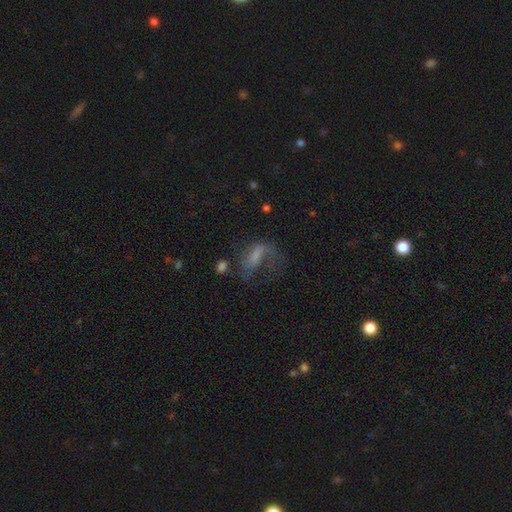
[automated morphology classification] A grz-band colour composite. It shows a smooth galaxy with no disk features (42%, tied with featured or disk). Merging: major disturbance (49%).